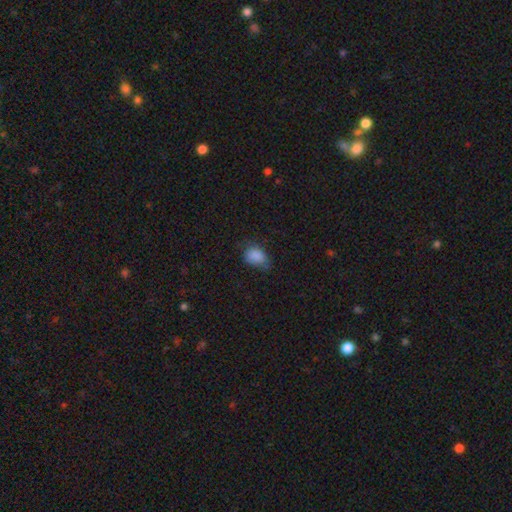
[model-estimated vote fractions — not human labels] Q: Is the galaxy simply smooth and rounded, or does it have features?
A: smooth — 85%.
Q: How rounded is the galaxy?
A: in between — 76%.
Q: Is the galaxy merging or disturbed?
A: none — 53%.